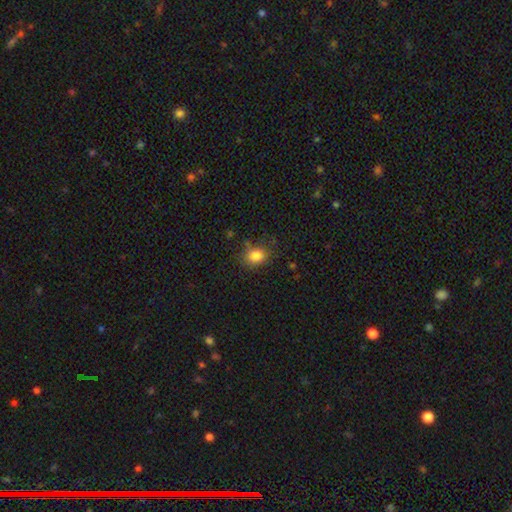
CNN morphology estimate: Smooth or featured: smooth — 83% (star or artifact — 11%)
How rounded: round — 60% (in between — 39%)
Merging: none — 79% (minor disturbance — 15%)